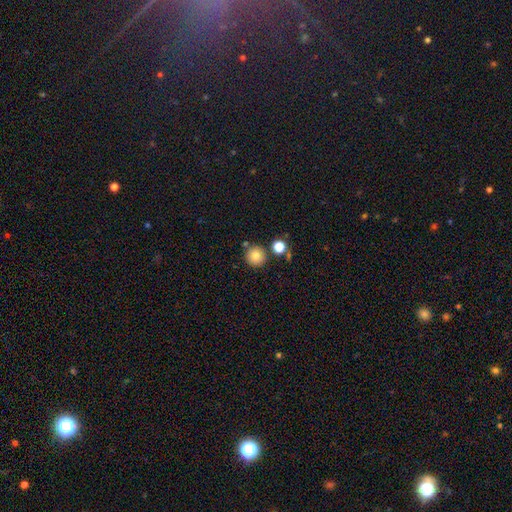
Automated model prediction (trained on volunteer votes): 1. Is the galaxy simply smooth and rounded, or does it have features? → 82% smooth, 12% star or artifact, 7% featured or disk.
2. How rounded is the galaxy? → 95% round, 4% in between, 1% cigar-shaped.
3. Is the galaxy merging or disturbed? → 82% none, 9% merger, 7% minor disturbance, 2% major disturbance.